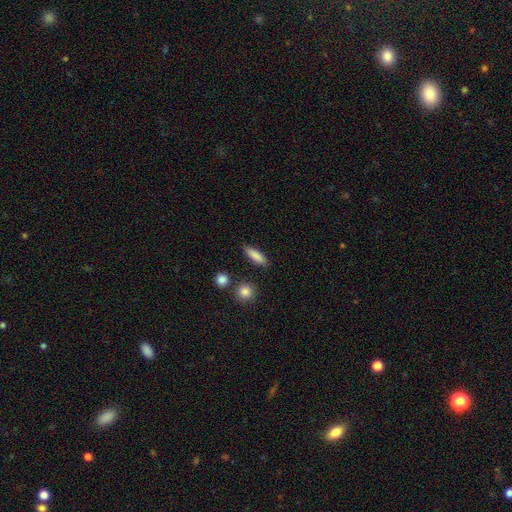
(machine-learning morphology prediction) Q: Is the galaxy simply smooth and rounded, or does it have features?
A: smooth — 84%.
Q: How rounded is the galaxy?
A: cigar-shaped — 57%.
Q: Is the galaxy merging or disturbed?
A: none — 85%.